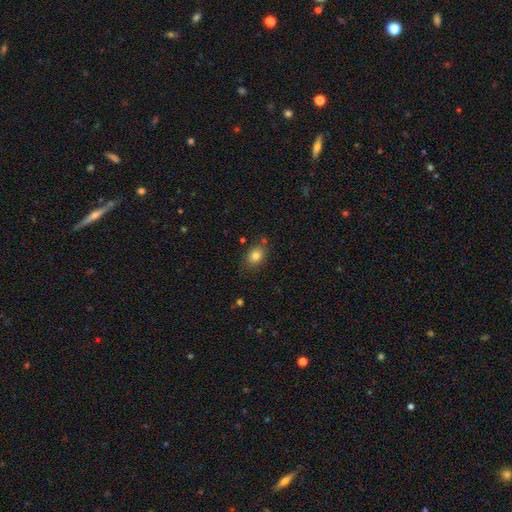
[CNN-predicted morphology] Smooth or featured? smooth (81%)
How rounded? in between (60%)
Merging? none (77%)